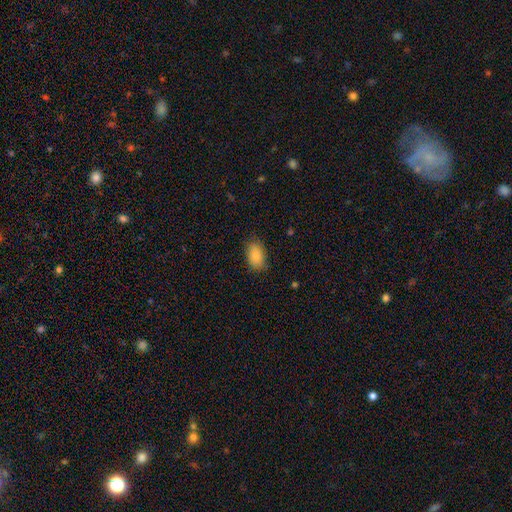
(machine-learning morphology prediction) This is clearly a smooth galaxy (86%). How rounded: clearly in between (89%). Merging: likely none (79%).